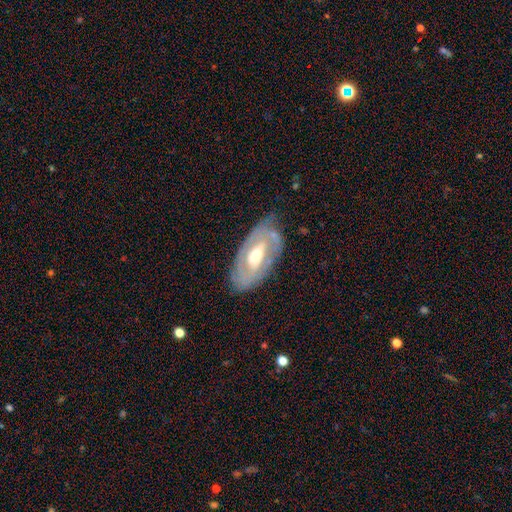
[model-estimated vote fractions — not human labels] This is likely a featured or disk galaxy (74%). It is clearly not viewed edge-on (90%). Bar: marginally weak (40%). Spiral arm pattern: likely yes (66%). Central bulge: likely moderate (62%). Merging: likely none (68%).